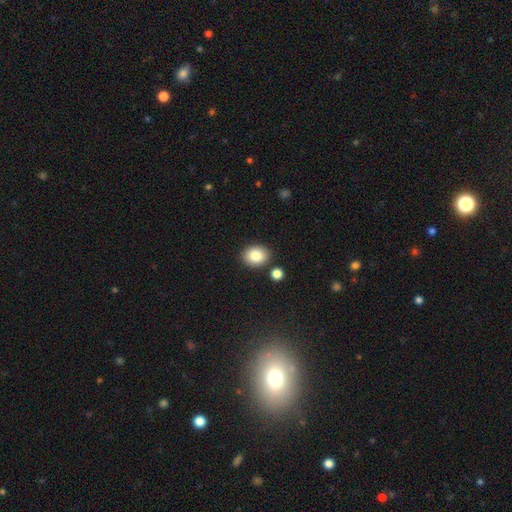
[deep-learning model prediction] Smooth or featured: smooth — 84% (star or artifact — 9%)
How rounded: round — 51% (in between — 48%)
Merging: none — 84% (minor disturbance — 8%)